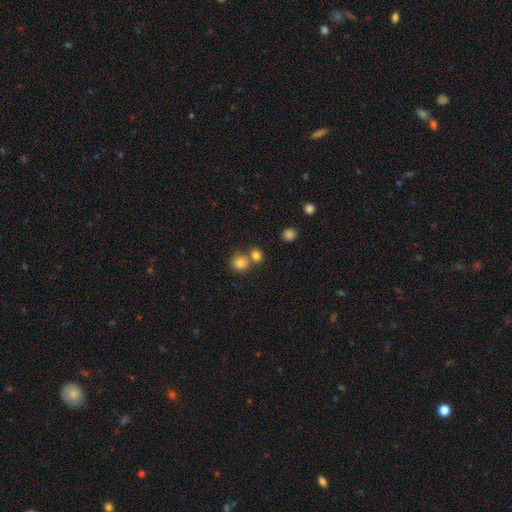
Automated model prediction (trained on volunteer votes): smooth_or_featured: smooth (p=0.81) [alt: star or artifact p=0.13]
how_rounded: round (p=0.84) [alt: in between p=0.15]
merging: none (p=0.56) [alt: merger p=0.35]